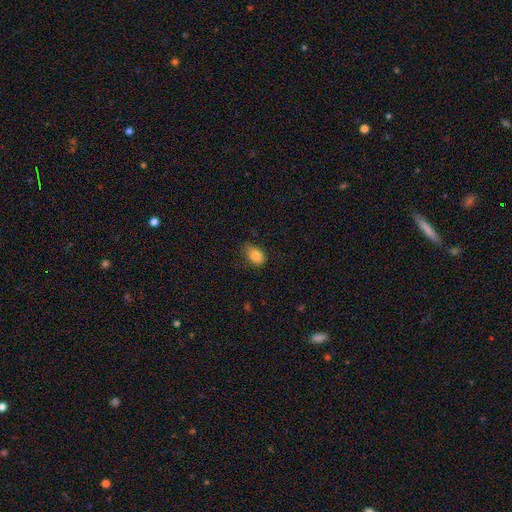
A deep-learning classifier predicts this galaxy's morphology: Overall: smooth (85%). How rounded: in between (80%). Merging: none (64%; minor disturbance 28%).